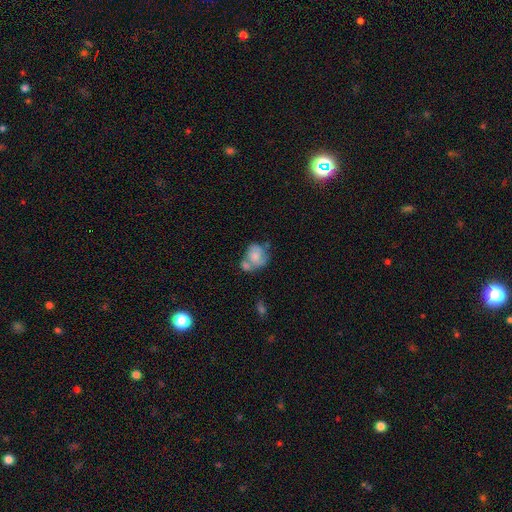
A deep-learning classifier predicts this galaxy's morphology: A smooth galaxy with no disk features (55%) that is round (56%).

Vote fractions:
- Smooth or featured? smooth: 55% / featured or disk: 37% / star or artifact: 8%
- How rounded? round: 56% / in between: 43% / cigar-shaped: 1%
- Merging? merger: 46% / none: 25% / minor disturbance: 17% / major disturbance: 12%